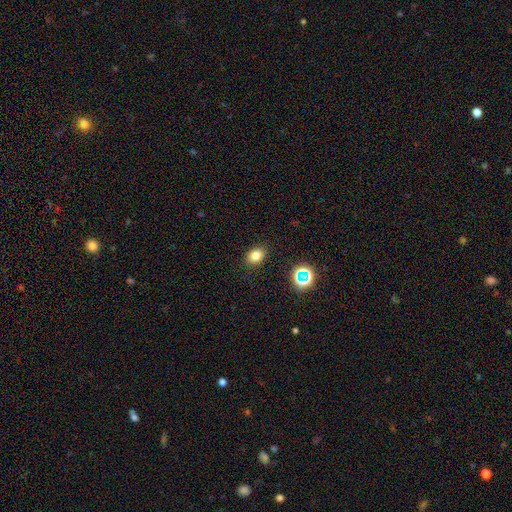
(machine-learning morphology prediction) This is likely a smooth galaxy (79%). How rounded: likely in between (64%). Merging: clearly none (87%).